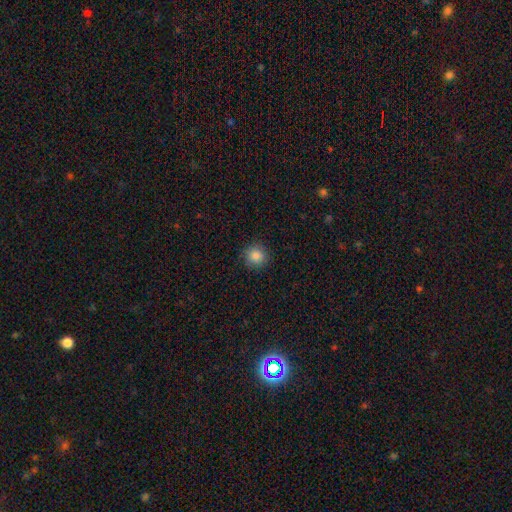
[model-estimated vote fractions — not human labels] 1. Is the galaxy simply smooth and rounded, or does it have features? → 85% smooth, 11% star or artifact, 4% featured or disk.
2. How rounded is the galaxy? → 93% round, 6% in between, 1% cigar-shaped.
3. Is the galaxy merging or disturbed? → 89% none, 7% minor disturbance, 2% major disturbance, 1% merger.